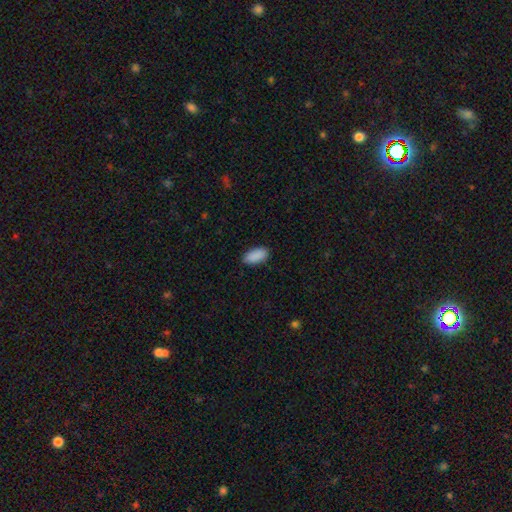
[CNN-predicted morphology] Q: Smooth or featured?
A: smooth (91%); runner-up: star or artifact (7%)
Q: How rounded?
A: in between (93%); runner-up: cigar-shaped (5%)
Q: Merging?
A: none (87%); runner-up: minor disturbance (10%)